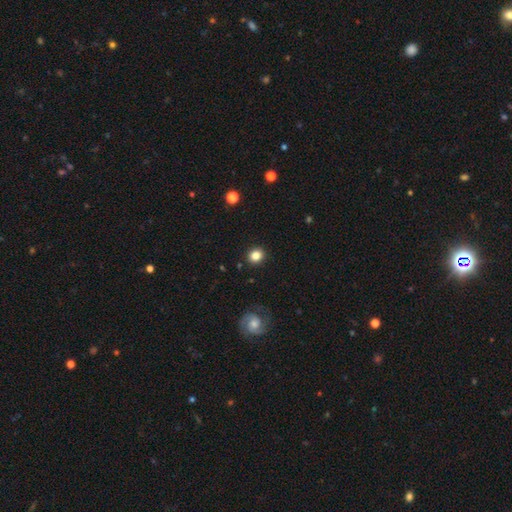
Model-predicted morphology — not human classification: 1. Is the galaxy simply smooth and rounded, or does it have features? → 84% smooth, 10% star or artifact, 6% featured or disk.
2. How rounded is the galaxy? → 79% round, 20% in between, 1% cigar-shaped.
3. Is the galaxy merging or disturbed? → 90% none, 6% minor disturbance, 2% major disturbance, 1% merger.